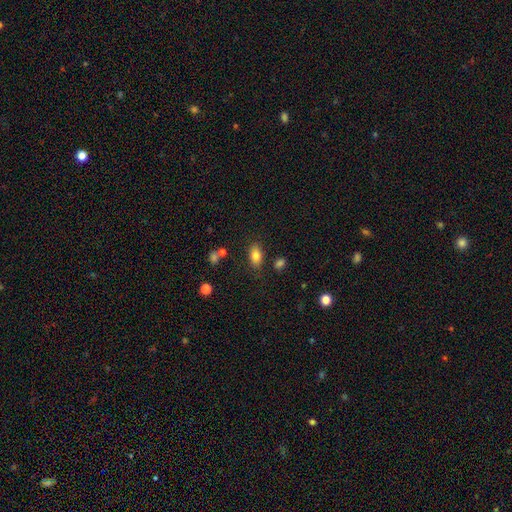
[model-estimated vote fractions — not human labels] Morphology: type=smooth (81%); roundness=in between (88%); merging=none (80%).